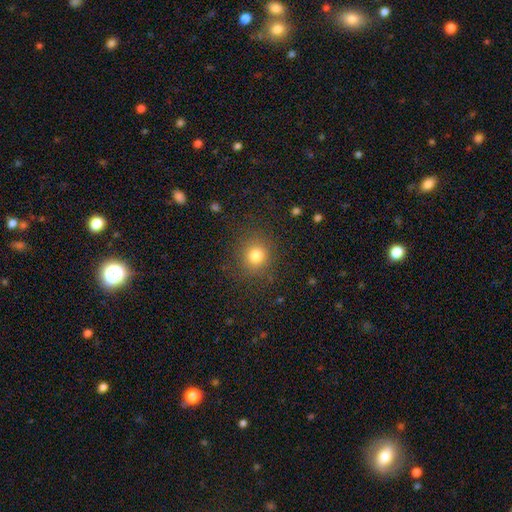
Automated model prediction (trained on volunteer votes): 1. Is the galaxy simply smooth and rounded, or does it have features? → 79% smooth, 14% star or artifact, 7% featured or disk.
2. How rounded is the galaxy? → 86% round, 13% in between, 1% cigar-shaped.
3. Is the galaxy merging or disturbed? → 86% none, 9% minor disturbance, 4% major disturbance, 1% merger.